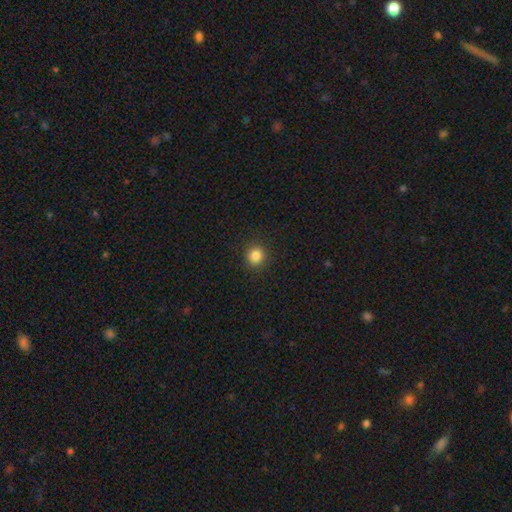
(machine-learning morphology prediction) A smooth galaxy with no disk features (84%) that is round (94%). Merging: none (92%).